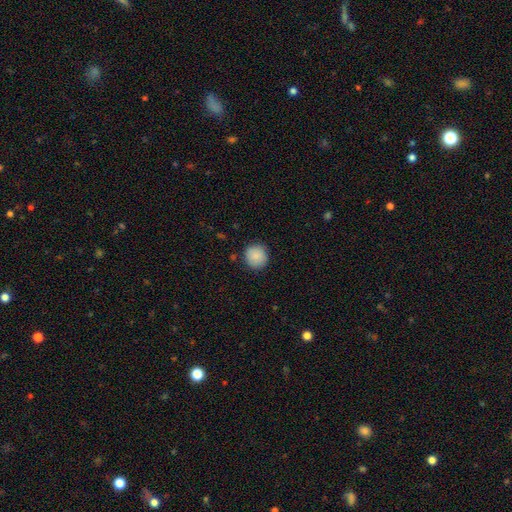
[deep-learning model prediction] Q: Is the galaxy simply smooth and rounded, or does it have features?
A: smooth — 88%.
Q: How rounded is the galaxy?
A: round — 91%.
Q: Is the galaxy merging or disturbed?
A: none — 86%.